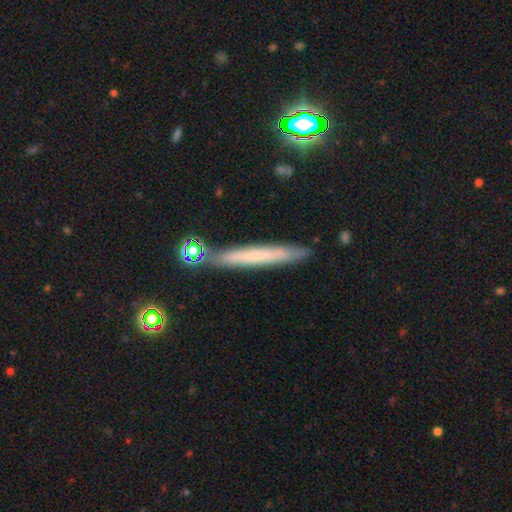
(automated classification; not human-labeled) This appears to be a smooth galaxy with no disk features (52%) that is cigar-shaped (95%). Merging: none (86%).